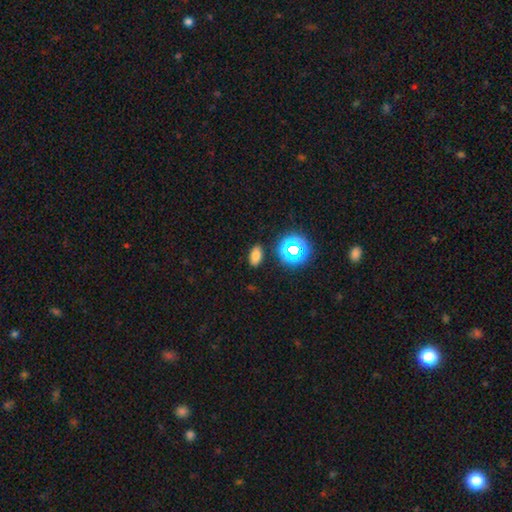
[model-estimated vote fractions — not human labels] Smooth or featured: smooth — 72% (star or artifact — 21%)
How rounded: in between — 88% (round — 10%)
Merging: none — 86% (minor disturbance — 9%)